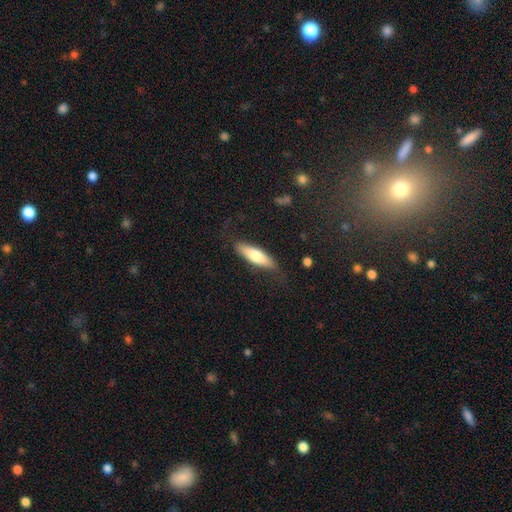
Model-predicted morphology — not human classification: smooth-or-featured: smooth: 67% | featured or disk: 28% | star or artifact: 5%
  how-rounded: cigar-shaped: 57% | in between: 41% | round: 2%
  merging: none: 77% | minor disturbance: 17% | major disturbance: 5% | merger: 1%